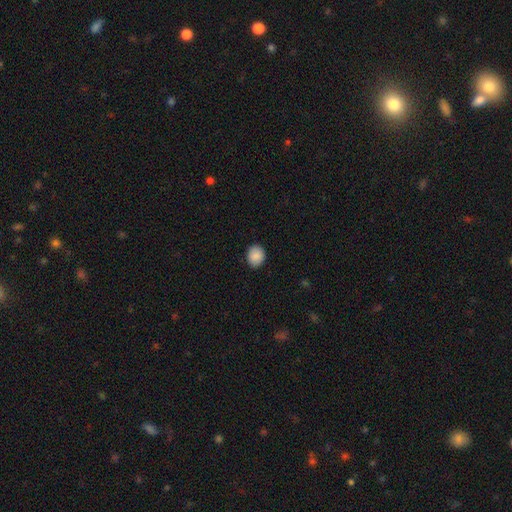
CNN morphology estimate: The model was most divided on "how rounded": round: 58%, in between: 41%, cigar-shaped: 1%. More confident: smooth or featured — smooth (89%); merging — none (88%).